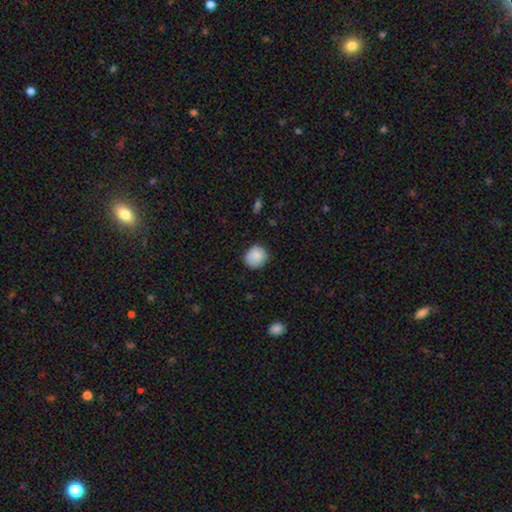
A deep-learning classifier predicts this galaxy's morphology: The model was most divided on "merging": none: 81%, minor disturbance: 15%, major disturbance: 2%, merger: 1%. More confident: how rounded — round (86%); smooth or featured — smooth (85%).